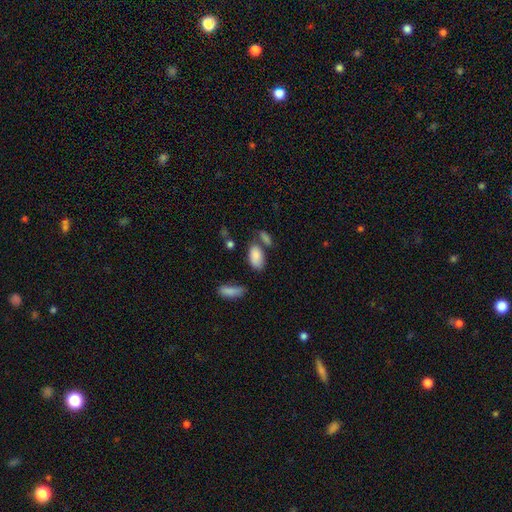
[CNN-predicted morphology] Smooth or featured? smooth (85%)
How rounded? in between (93%)
Merging? none (54%)